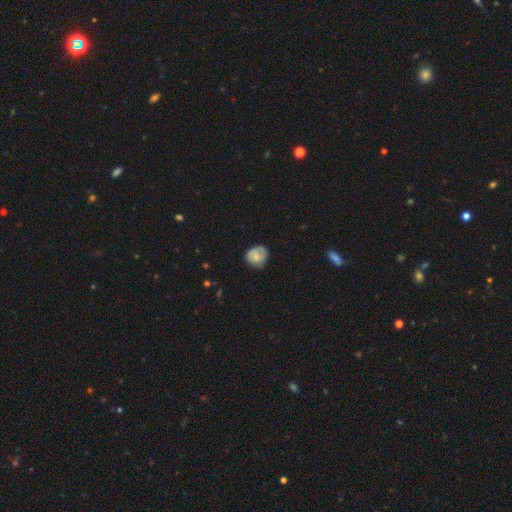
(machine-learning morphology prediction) A smooth galaxy with no disk features (66%) that is round (72%). Merging: none (64%).